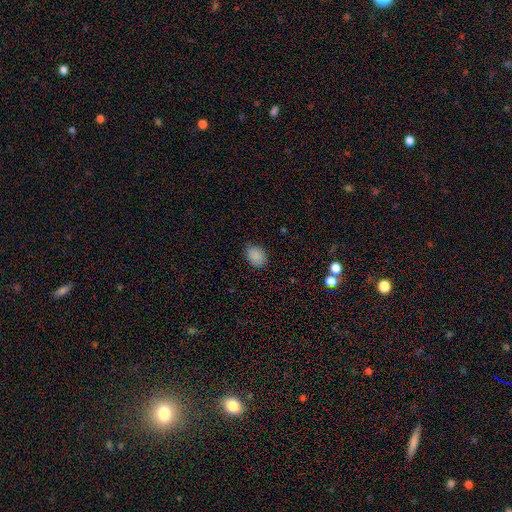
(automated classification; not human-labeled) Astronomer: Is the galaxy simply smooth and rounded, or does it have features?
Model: smooth — 86%.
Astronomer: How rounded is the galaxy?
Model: in between — 69%.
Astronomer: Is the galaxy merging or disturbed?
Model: none — 79%.